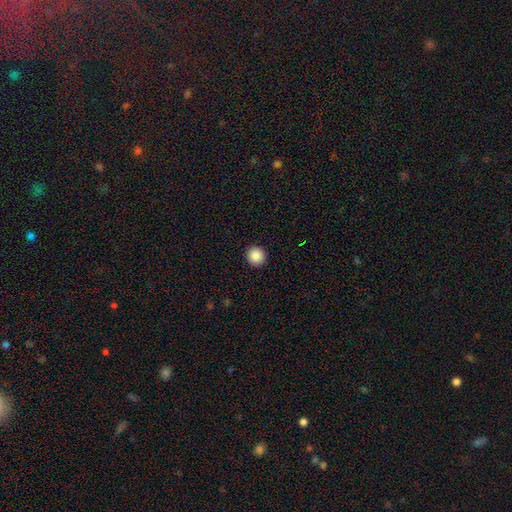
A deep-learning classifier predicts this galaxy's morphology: Smooth or featured? smooth (88%)
How rounded? round (92%)
Merging? none (93%)